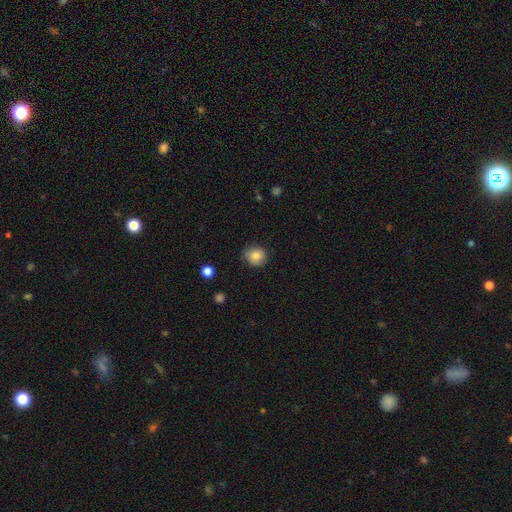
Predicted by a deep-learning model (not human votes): Smooth or featured? smooth (82%)
How rounded? round (84%)
Merging? none (80%)